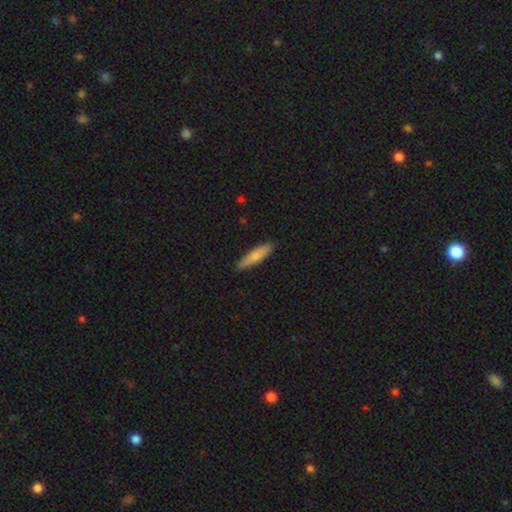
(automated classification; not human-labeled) smooth-or-featured: smooth: 78% | featured or disk: 17% | star or artifact: 6%
  how-rounded: cigar-shaped: 78% | in between: 21% | round: 2%
  merging: none: 86% | minor disturbance: 11% | major disturbance: 2% | merger: 1%